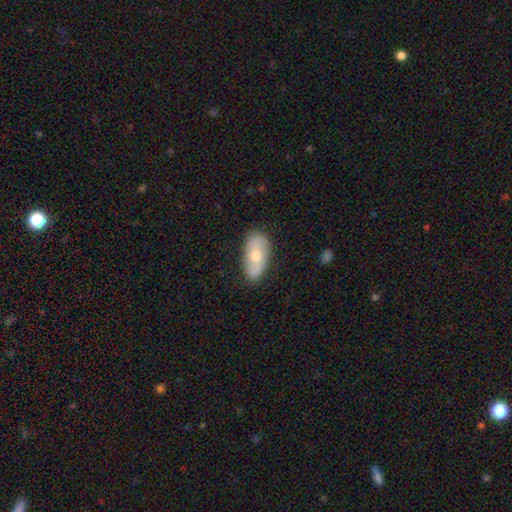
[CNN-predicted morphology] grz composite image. It shows a smooth galaxy with no disk features (58%) that is in between round and cigar-shaped (89%). Merging: none (77%).